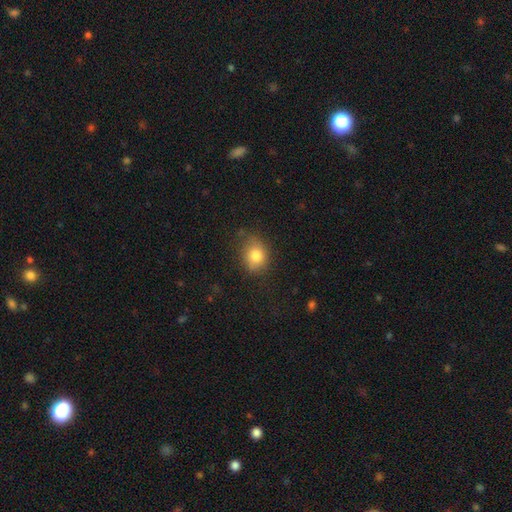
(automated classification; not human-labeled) A smooth galaxy with no disk features (81%) that is in between round and cigar-shaped (50%). Merging: none (73%).